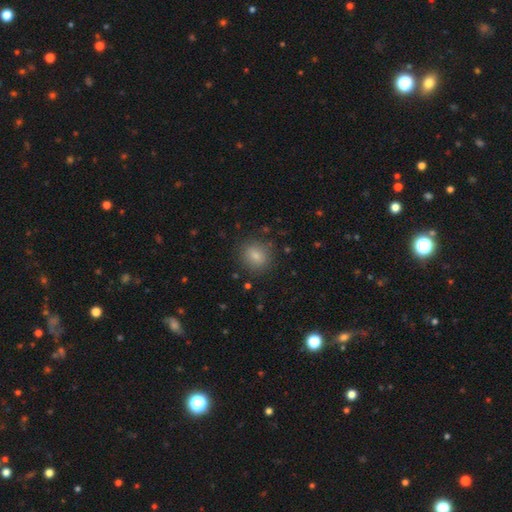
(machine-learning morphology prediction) This is clearly a smooth galaxy (81%). How rounded: likely round (76%). Merging: clearly none (85%).